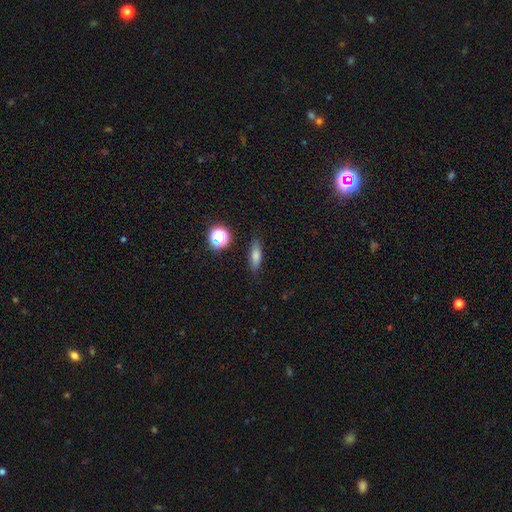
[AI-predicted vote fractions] smooth 66%, star or artifact 17%, featured or disk 17%. Down the decision tree: how rounded — cigar-shaped (48%); merging — none (85%).